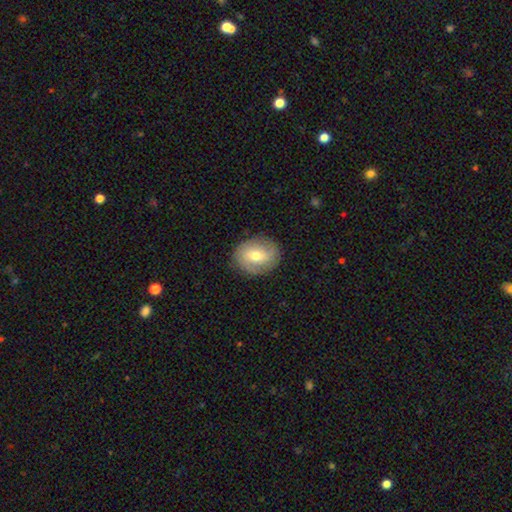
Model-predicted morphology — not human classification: smooth_or_featured: smooth (p=0.52) [alt: featured or disk p=0.41]
how_rounded: round (p=0.58) [alt: in between p=0.41]
merging: none (p=0.84) [alt: minor disturbance p=0.12]